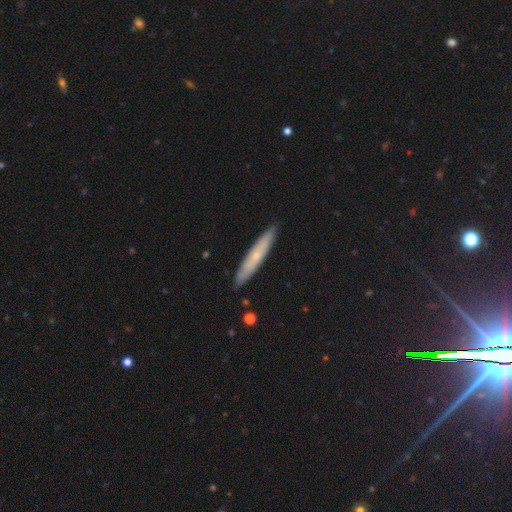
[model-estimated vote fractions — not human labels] smooth_or_featured: featured or disk (p=0.47) [alt: smooth p=0.46]
merging: none (p=0.88) [alt: minor disturbance p=0.09]